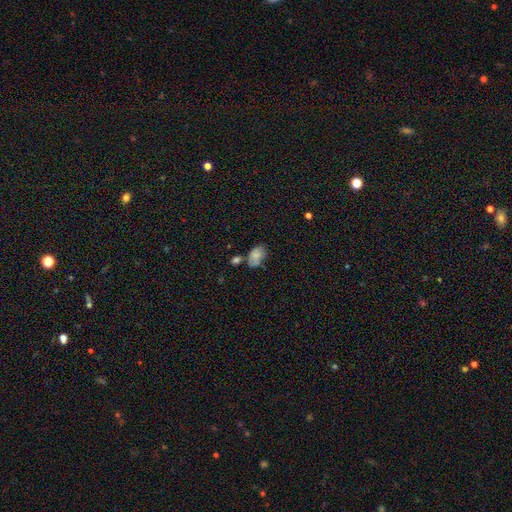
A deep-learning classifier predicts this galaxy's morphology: Overall: smooth (74%). How rounded: in between (88%). Merging: none (46%; minor disturbance 27%).